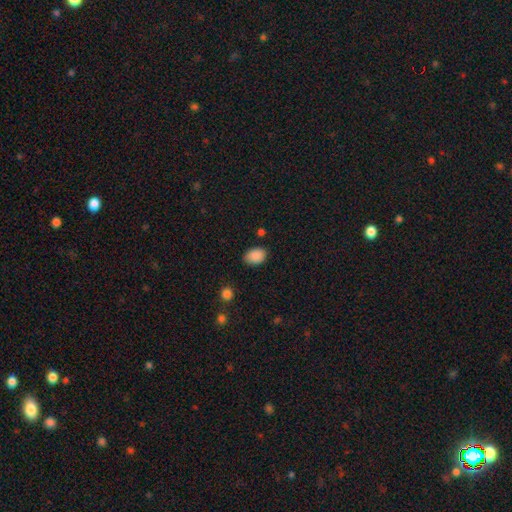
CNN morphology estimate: Q: Smooth or featured?
A: smooth (89%); runner-up: star or artifact (8%)
Q: How rounded?
A: in between (81%); runner-up: round (18%)
Q: Merging?
A: none (81%); runner-up: minor disturbance (14%)